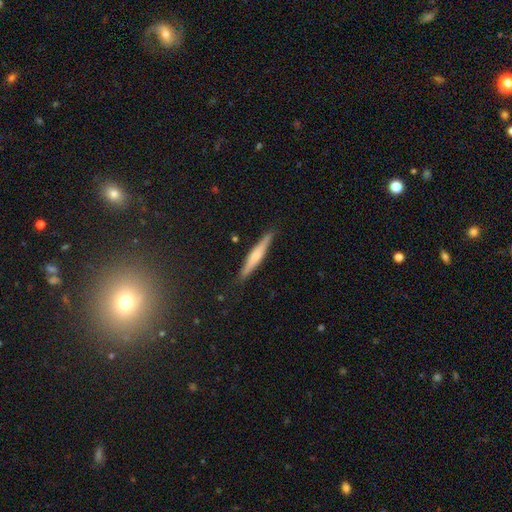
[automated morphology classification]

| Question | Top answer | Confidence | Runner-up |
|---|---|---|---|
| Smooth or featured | smooth | 48% | featured or disk (45%) |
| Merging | none | 88% | minor disturbance (9%) |